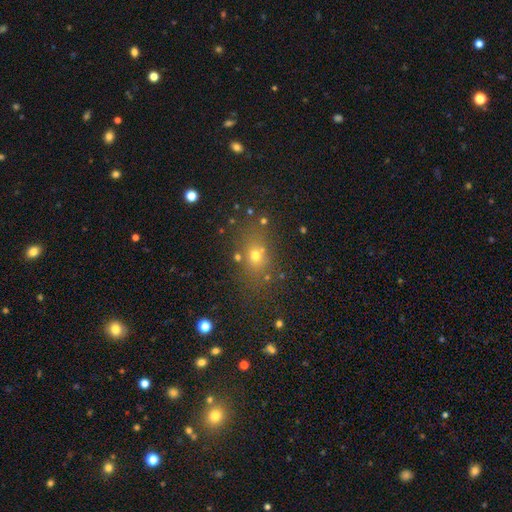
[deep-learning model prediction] The model was most divided on "how rounded": in between: 51%, round: 46%, cigar-shaped: 3%. More confident: merging — none (75%); smooth or featured — smooth (64%).